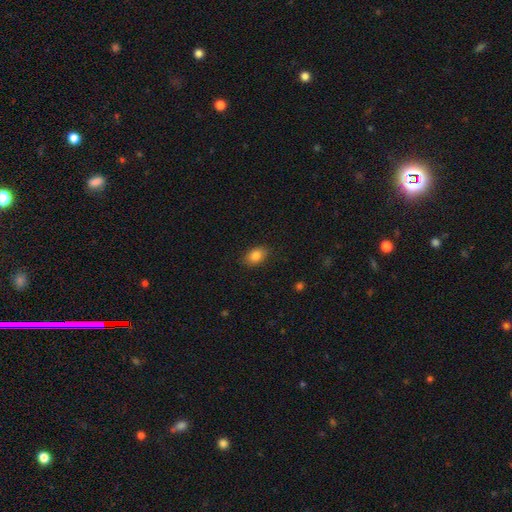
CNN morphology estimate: Q: Smooth or featured?
A: smooth (85%); runner-up: star or artifact (9%)
Q: How rounded?
A: in between (79%); runner-up: round (20%)
Q: Merging?
A: none (84%); runner-up: minor disturbance (12%)